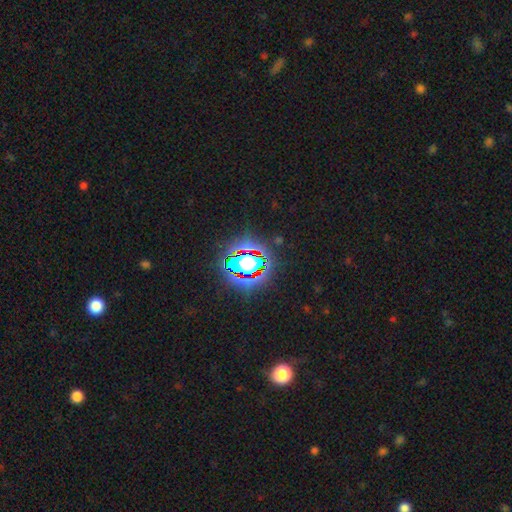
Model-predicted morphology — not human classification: A star or artifact, not a galaxy (82%).